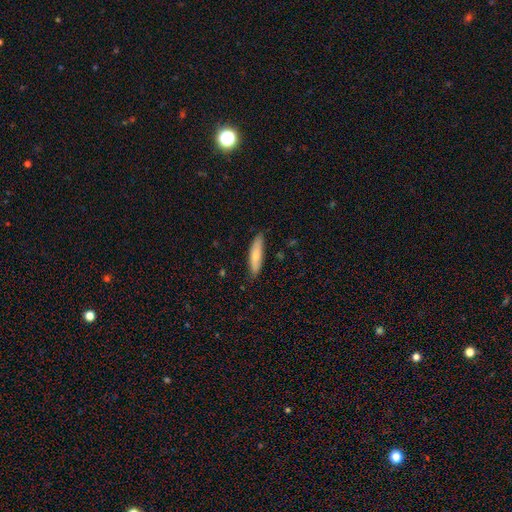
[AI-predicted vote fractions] Morphology: type=smooth (73%); roundness=cigar-shaped (73%); merging=none (84%).